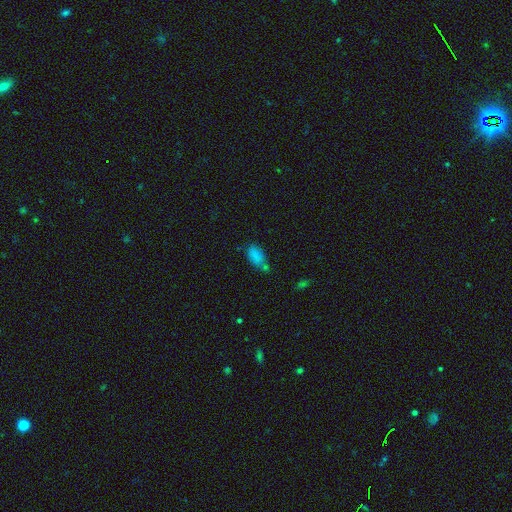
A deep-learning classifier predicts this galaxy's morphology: Q: Smooth or featured?
A: smooth (82%); runner-up: star or artifact (11%)
Q: How rounded?
A: in between (92%); runner-up: round (5%)
Q: Merging?
A: none (52%); runner-up: merger (21%)